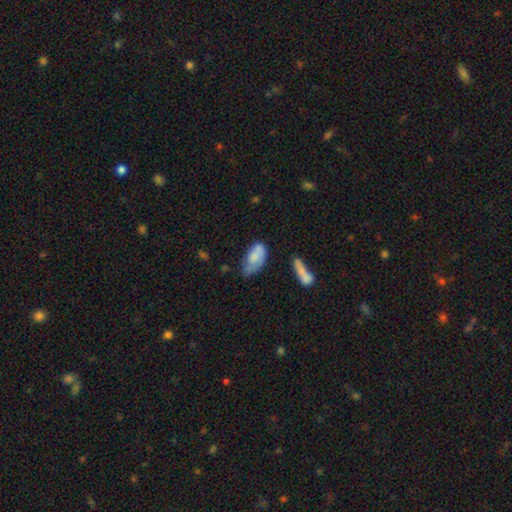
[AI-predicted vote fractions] This is likely a smooth galaxy (72%). How rounded: clearly in between (90%). Merging: marginally minor disturbance (39%).